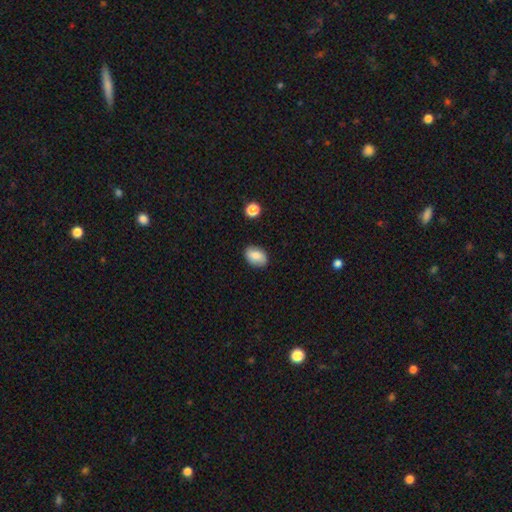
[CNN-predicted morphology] Overall: smooth (79%). How rounded: in between (83%). Merging: none (82%).